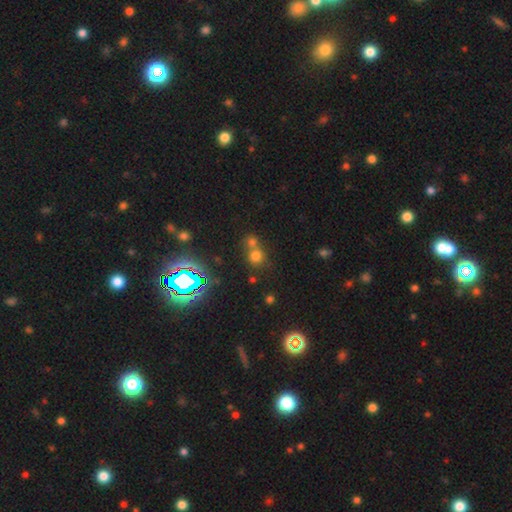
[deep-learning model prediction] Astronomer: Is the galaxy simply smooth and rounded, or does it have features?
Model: smooth — 64%.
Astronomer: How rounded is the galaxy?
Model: round — 86%.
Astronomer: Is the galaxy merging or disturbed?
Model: none — 49% (runner-up: merger, 41%).